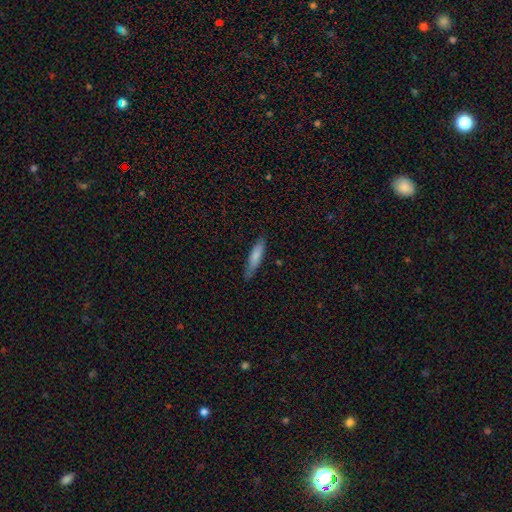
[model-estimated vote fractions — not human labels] smooth-or-featured: smooth: 79% | featured or disk: 16% | star or artifact: 6%
  how-rounded: cigar-shaped: 78% | in between: 21% | round: 1%
  merging: none: 79% | minor disturbance: 16% | major disturbance: 3% | merger: 1%